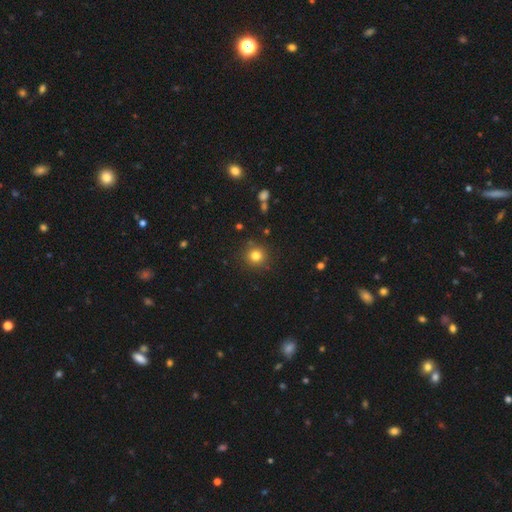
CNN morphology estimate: A smooth galaxy with no disk features (80%) that is round (92%). Merging: none (87%).